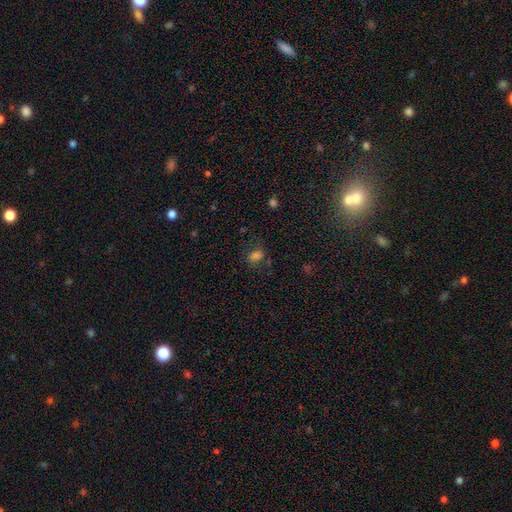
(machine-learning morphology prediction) Overall: smooth (75%). How rounded: in between (69%; round 30%). Merging: none (67%).